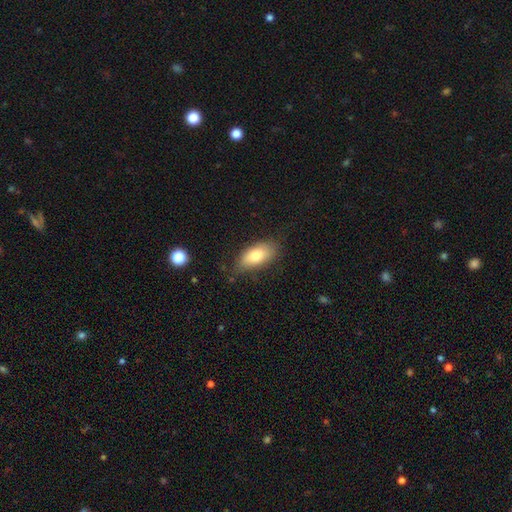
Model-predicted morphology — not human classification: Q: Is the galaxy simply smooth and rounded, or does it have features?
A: smooth — 78%.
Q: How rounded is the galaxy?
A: in between — 89%.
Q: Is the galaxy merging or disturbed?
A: none — 72%.